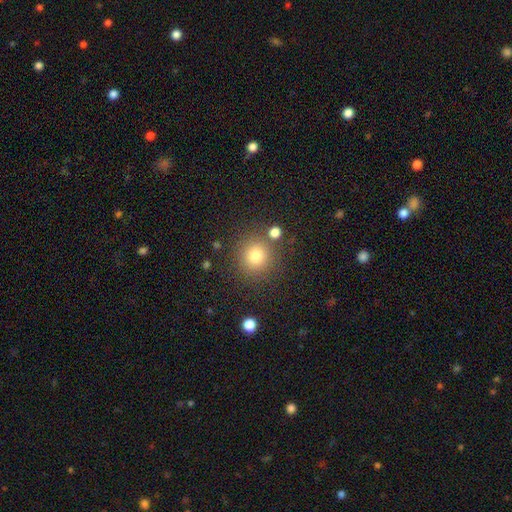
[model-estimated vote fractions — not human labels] Smooth or featured?
  - smooth: 79% *
  - star or artifact: 14%
  - featured or disk: 7%
How rounded?
  - round: 90% *
  - in between: 9%
  - cigar-shaped: 1%
Merging?
  - none: 83% *
  - minor disturbance: 8%
  - merger: 6%
  - major disturbance: 3%